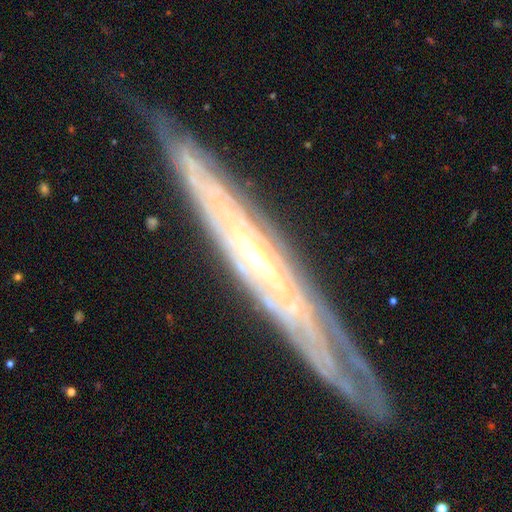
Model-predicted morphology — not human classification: type=featured or disk (84%); edge-on=yes (65%); edge-on bulge=none (52%); merging=none (77%).